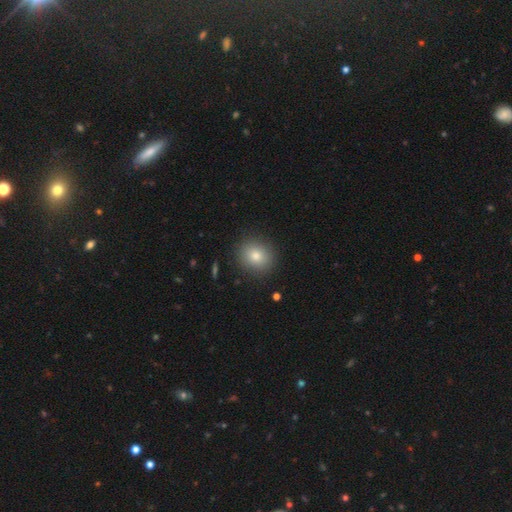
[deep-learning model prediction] Smooth or featured? Predicted: smooth (p=0.80). How rounded? Predicted: round (p=0.74). Merging? Predicted: none (p=0.89).